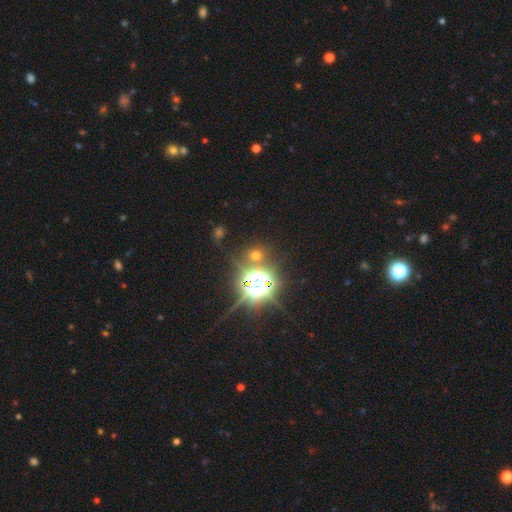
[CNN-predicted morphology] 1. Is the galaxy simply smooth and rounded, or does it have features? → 55% star or artifact, 37% smooth, 8% featured or disk.